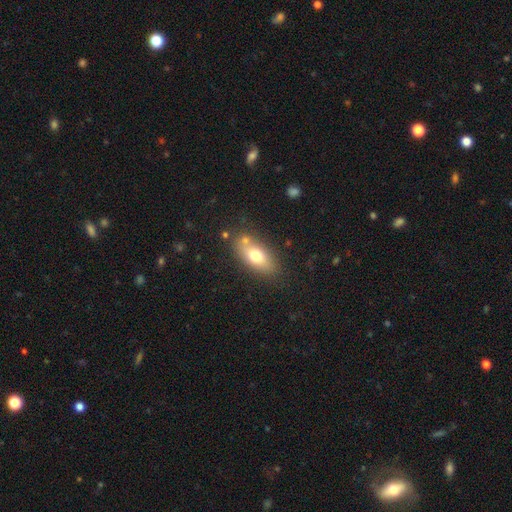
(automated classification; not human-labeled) A smooth galaxy with no disk features (70%) that is in between round and cigar-shaped (82%).

Vote fractions:
- Smooth or featured? smooth: 70% / featured or disk: 22% / star or artifact: 9%
- How rounded? in between: 82% / cigar-shaped: 12% / round: 6%
- Merging? none: 71% / minor disturbance: 15% / merger: 10% / major disturbance: 4%